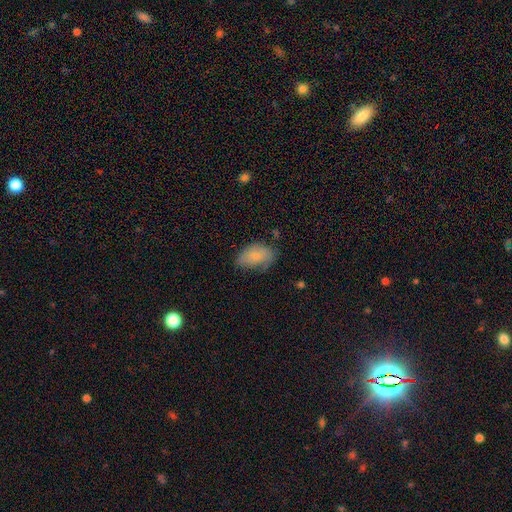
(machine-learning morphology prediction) type=smooth (76%); roundness=in between (91%); merging=none (56%).